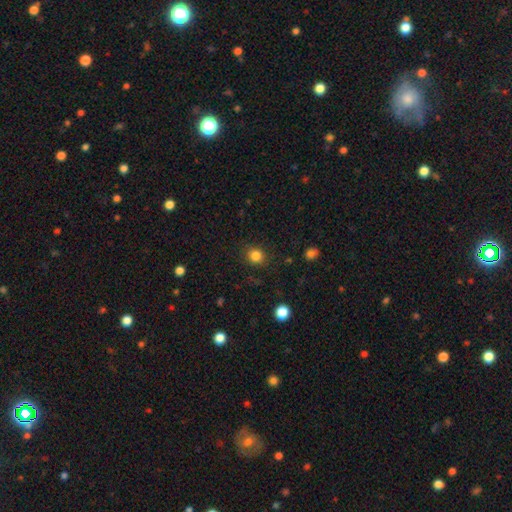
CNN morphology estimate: Smooth or featured: smooth — 83% (star or artifact — 12%)
How rounded: round — 83% (in between — 16%)
Merging: none — 87% (minor disturbance — 9%)